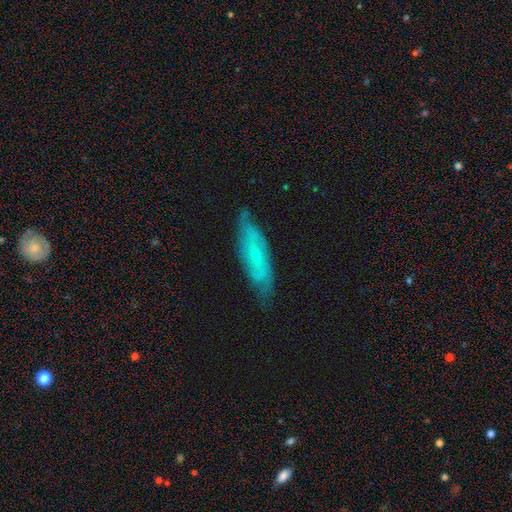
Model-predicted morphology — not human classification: The model was most divided on "smooth or featured": featured or disk: 57%, smooth: 36%, star or artifact: 7%. More confident: merging — none (75%); edge-on disk — no (69%).